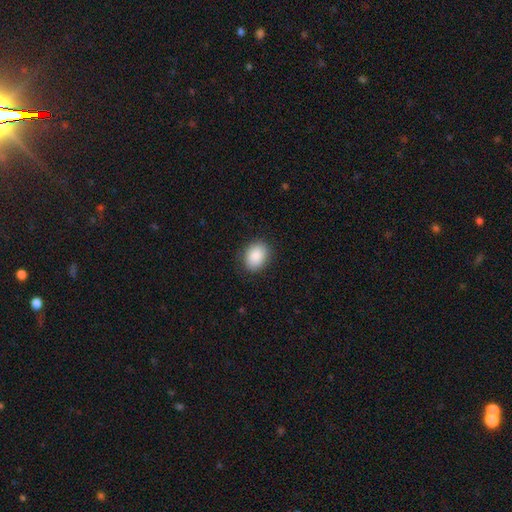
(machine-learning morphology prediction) Q: Smooth or featured?
A: smooth (89%); runner-up: star or artifact (7%)
Q: How rounded?
A: in between (63%); runner-up: round (36%)
Q: Merging?
A: none (87%); runner-up: minor disturbance (10%)